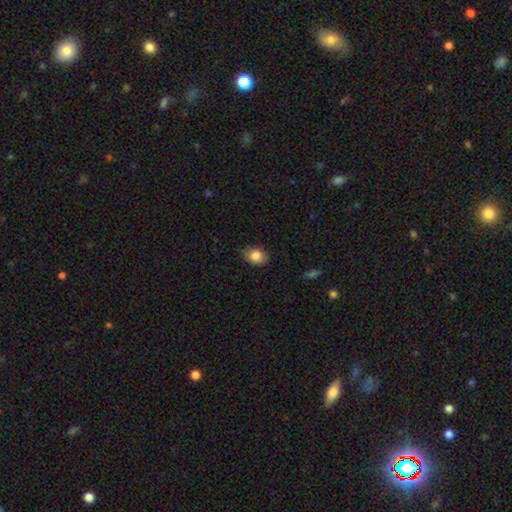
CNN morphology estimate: Smooth or featured?
  - smooth: 85% *
  - star or artifact: 8%
  - featured or disk: 7%
How rounded?
  - in between: 66% *
  - round: 33%
  - cigar-shaped: 1%
Merging?
  - none: 79% *
  - minor disturbance: 17%
  - major disturbance: 3%
  - merger: 1%